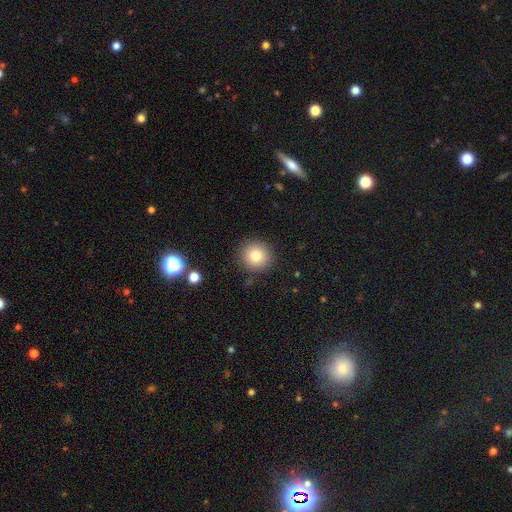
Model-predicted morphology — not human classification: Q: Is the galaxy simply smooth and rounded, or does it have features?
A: smooth — 81%.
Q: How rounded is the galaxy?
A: round — 93%.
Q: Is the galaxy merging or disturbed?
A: none — 89%.